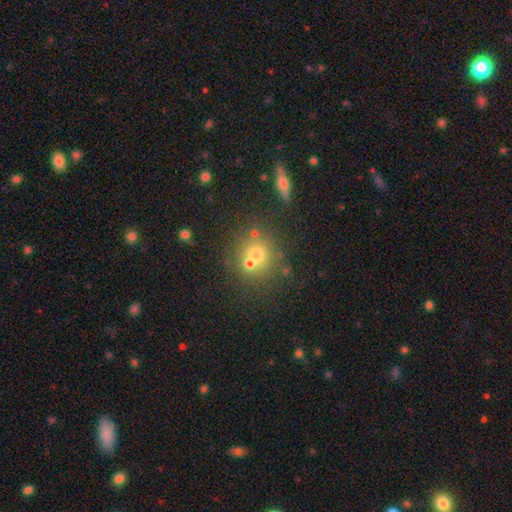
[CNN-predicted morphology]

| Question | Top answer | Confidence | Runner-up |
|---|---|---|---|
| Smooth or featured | smooth | 64% | featured or disk (19%) |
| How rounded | round | 89% | in between (10%) |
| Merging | none | 57% | merger (30%) |